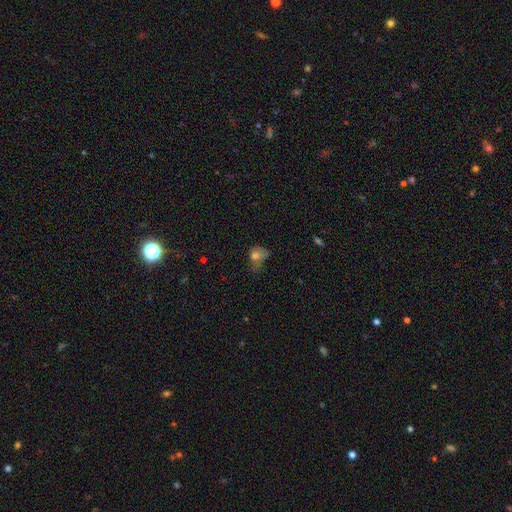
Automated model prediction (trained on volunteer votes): A smooth galaxy with no disk features (65%) that is in between round and cigar-shaped (63%).

Vote fractions:
- Smooth or featured? smooth: 65% / featured or disk: 20% / star or artifact: 15%
- How rounded? in between: 63% / round: 35% / cigar-shaped: 2%
- Merging? major disturbance: 46% / minor disturbance: 26% / none: 22% / merger: 6%